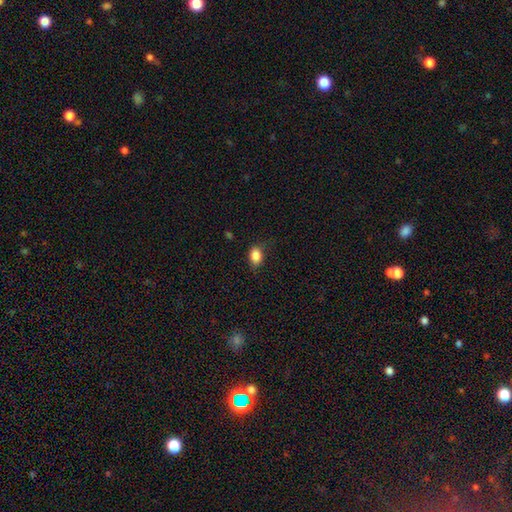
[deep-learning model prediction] This appears to be a smooth galaxy with no disk features (86%) that is in between round and cigar-shaped (70%). Merging: none (72%).